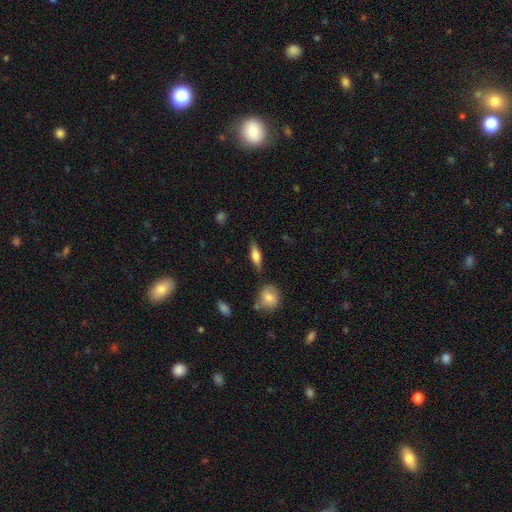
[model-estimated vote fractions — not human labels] Q: Smooth or featured?
A: smooth (61%); runner-up: featured or disk (32%)
Q: How rounded?
A: in between (57%); runner-up: cigar-shaped (40%)
Q: Merging?
A: none (80%); runner-up: minor disturbance (13%)